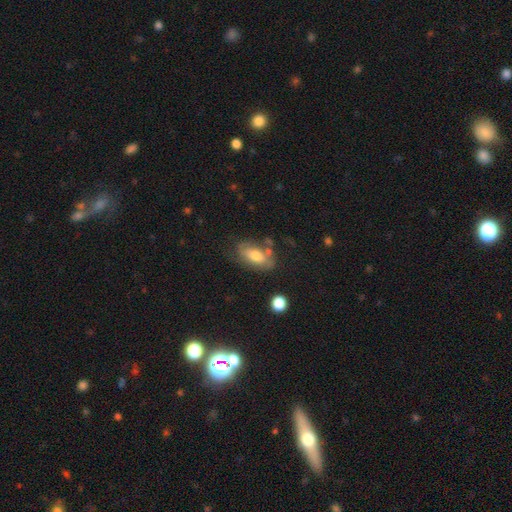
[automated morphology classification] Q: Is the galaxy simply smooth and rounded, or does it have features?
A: smooth — 59%.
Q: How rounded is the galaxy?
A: in between — 87%.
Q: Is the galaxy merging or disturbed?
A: none — 59%.